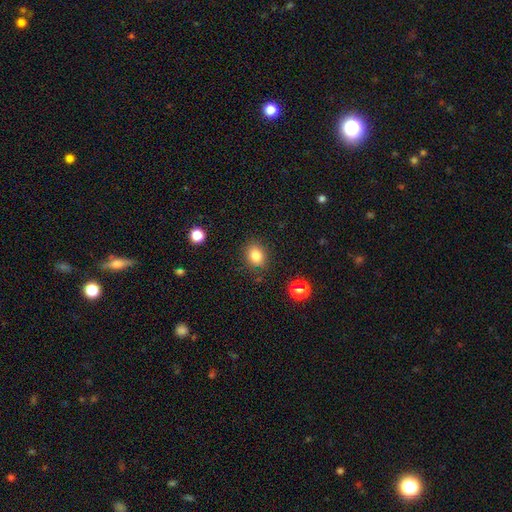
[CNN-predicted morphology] Overall: smooth (81%). How rounded: in between (51%; round 48%). Merging: none (84%).